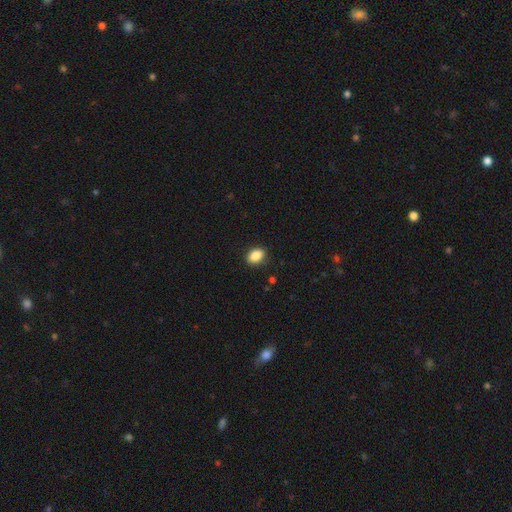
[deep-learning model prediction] Morphology: type=smooth (87%); roundness=in between (81%); merging=none (87%).